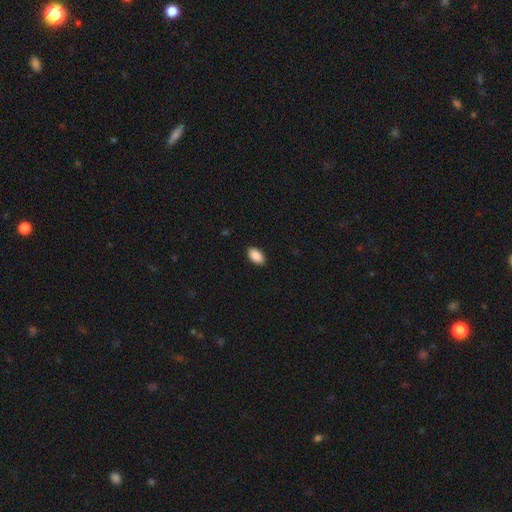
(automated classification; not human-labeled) Smooth or featured? Predicted: smooth (p=0.90). How rounded? Predicted: in between (p=0.94). Merging? Predicted: none (p=0.89).